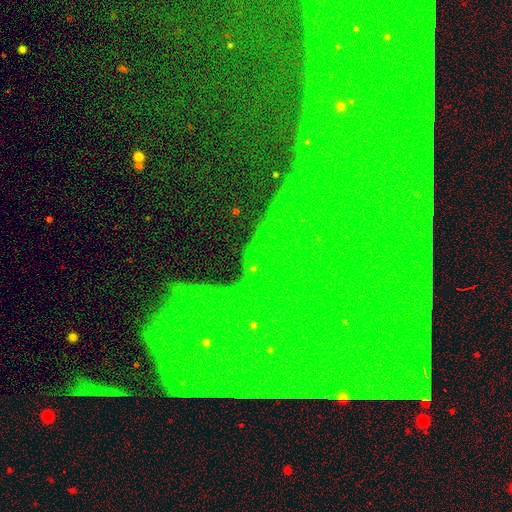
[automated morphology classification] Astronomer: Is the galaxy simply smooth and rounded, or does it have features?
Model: star or artifact — 84%.